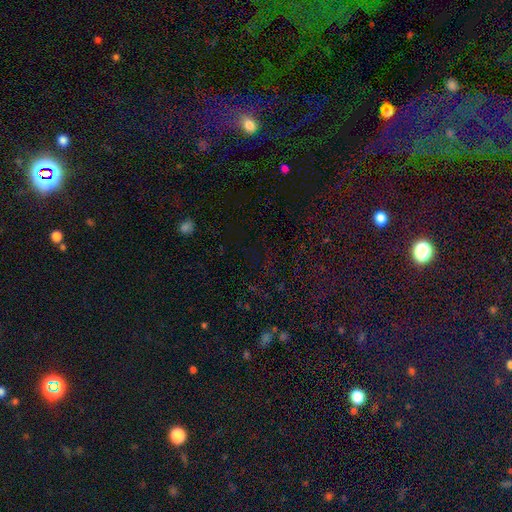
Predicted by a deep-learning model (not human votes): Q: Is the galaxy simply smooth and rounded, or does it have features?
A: star or artifact — 70%.